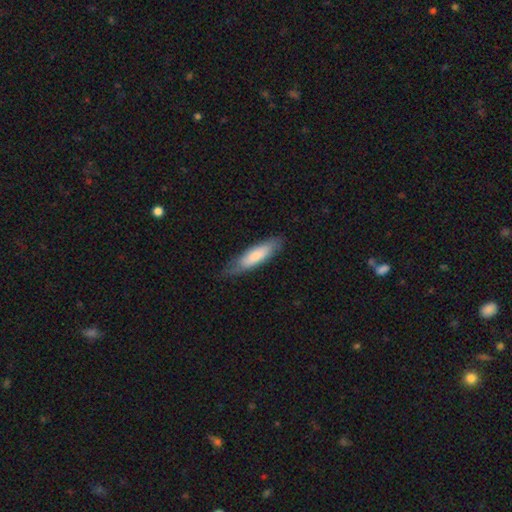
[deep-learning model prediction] This appears to be a smooth galaxy with no disk features (75%) that is cigar-shaped (60%). Merging: none (70%).